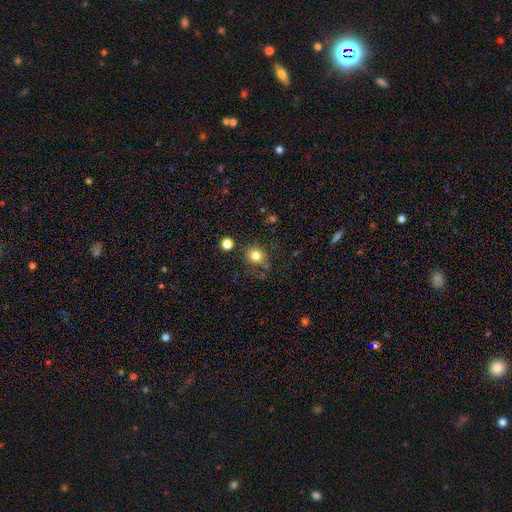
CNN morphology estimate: Smooth or featured? Predicted: smooth (p=0.80). How rounded? Predicted: round (p=0.85). Merging? Predicted: none (p=0.76).